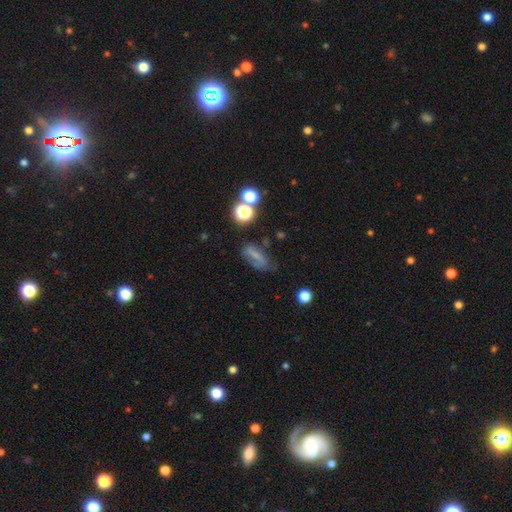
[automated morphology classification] The model was most divided on "merging": none: 50%, minor disturbance: 26%, major disturbance: 18%, merger: 7%. More confident: how rounded — in between (61%); smooth or featured — smooth (55%).